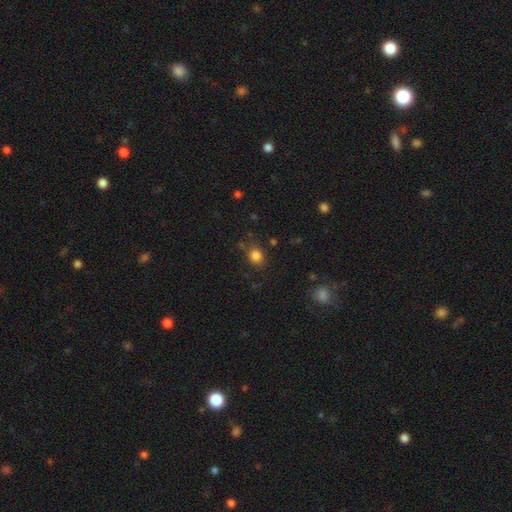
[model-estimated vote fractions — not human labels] smooth_or_featured: smooth (p=0.82) [alt: star or artifact p=0.13]
how_rounded: round (p=0.64) [alt: in between p=0.35]
merging: none (p=0.77) [alt: minor disturbance p=0.14]